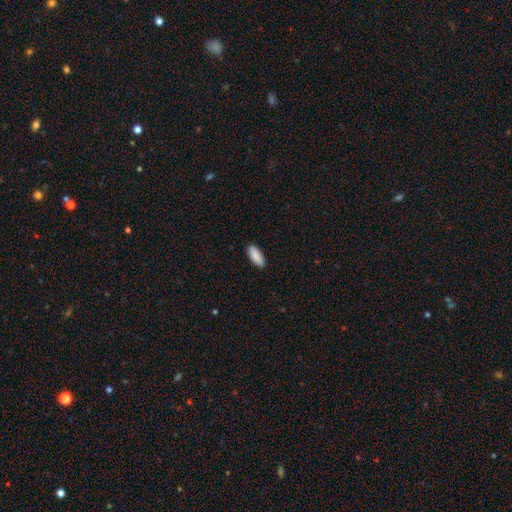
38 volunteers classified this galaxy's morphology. Smooth or featured: smooth — 92% (featured or disk — 5%)
How rounded: in between — 69% (cigar-shaped — 31%)
Merging: none — 92% (minor disturbance — 5%)